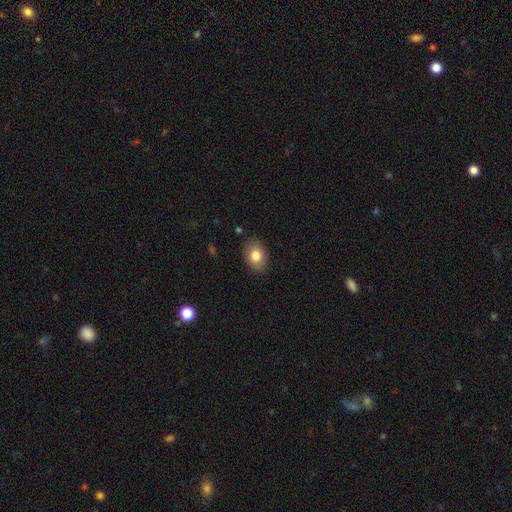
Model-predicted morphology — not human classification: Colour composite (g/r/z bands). It shows a smooth galaxy with no disk features (82%) that is in between round and cigar-shaped (76%). Merging: none (84%).